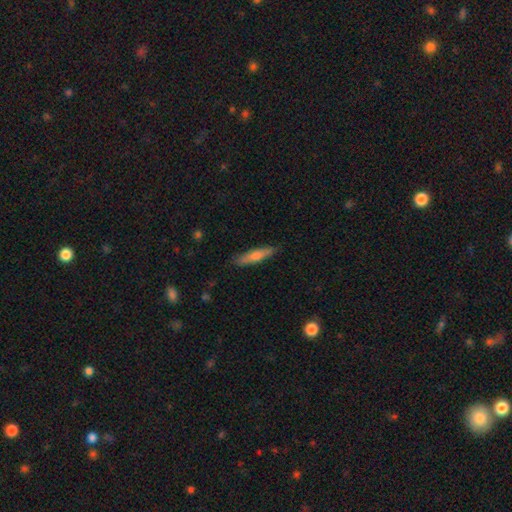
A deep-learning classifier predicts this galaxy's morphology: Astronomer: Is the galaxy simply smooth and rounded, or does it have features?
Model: smooth — 50% (runner-up: featured or disk, 43%).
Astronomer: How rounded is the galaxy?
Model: cigar-shaped — 90%.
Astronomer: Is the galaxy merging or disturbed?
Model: none — 88%.